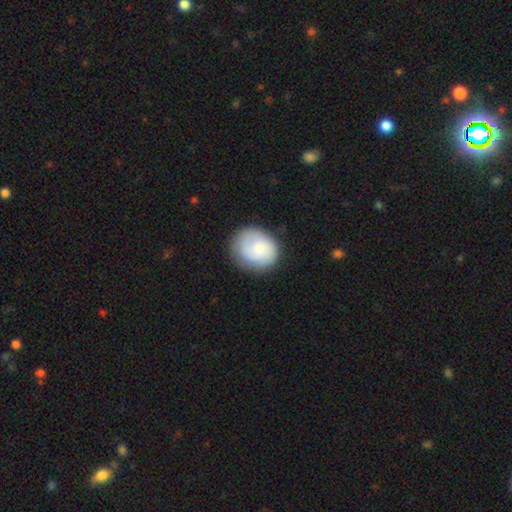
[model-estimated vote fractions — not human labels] Q: Smooth or featured?
A: smooth (73%); runner-up: featured or disk (17%)
Q: How rounded?
A: round (66%); runner-up: in between (33%)
Q: Merging?
A: none (80%); runner-up: minor disturbance (15%)